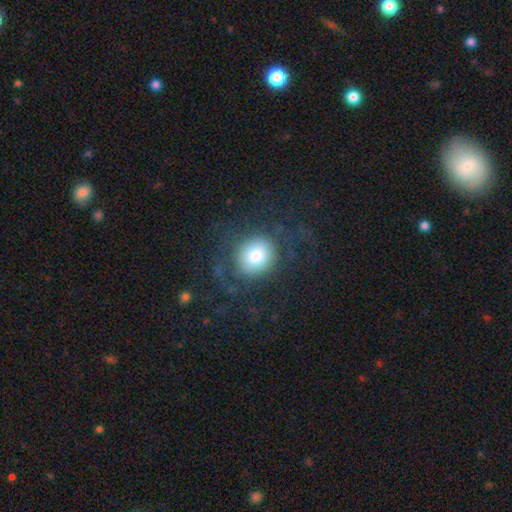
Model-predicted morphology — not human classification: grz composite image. It shows a smooth galaxy with no disk features (67%) that is round (80%). Merging: none (65%).